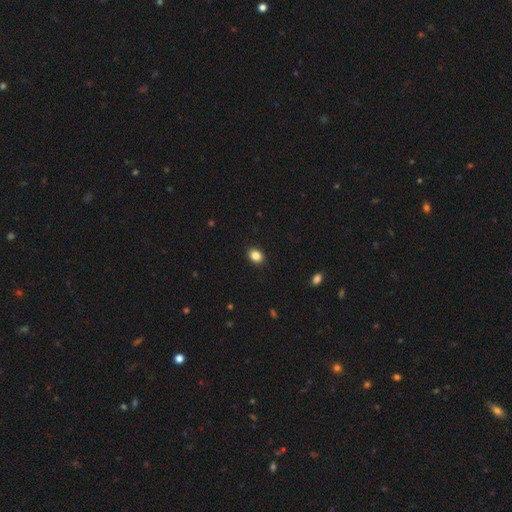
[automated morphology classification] This is clearly a smooth galaxy (86%). How rounded: possibly in between (57%). Merging: clearly none (91%).